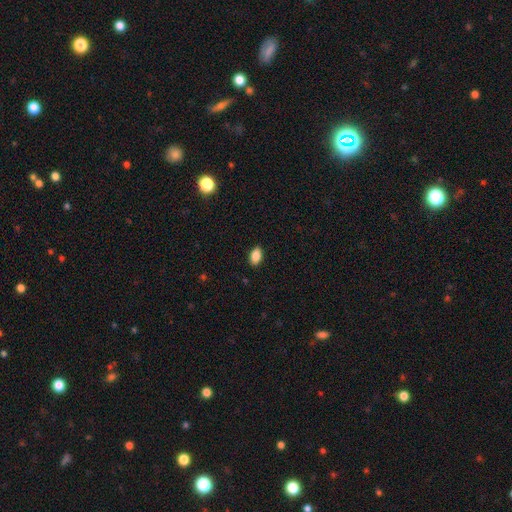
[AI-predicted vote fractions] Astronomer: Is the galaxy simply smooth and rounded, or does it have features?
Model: smooth — 88%.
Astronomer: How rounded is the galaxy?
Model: in between — 91%.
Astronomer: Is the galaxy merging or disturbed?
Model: none — 89%.